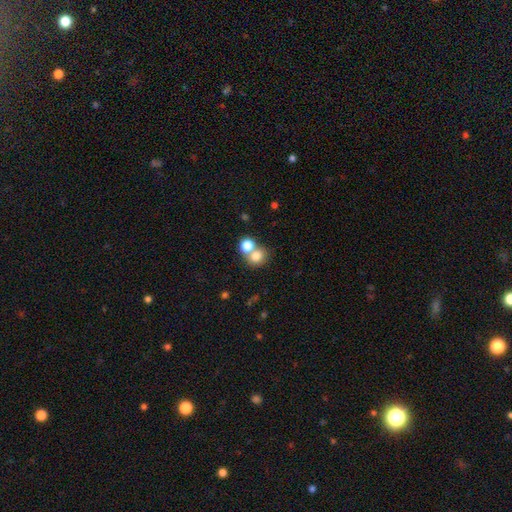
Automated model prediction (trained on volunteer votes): smooth-or-featured: smooth: 78% | star or artifact: 12% | featured or disk: 10%
  how-rounded: round: 77% | in between: 22% | cigar-shaped: 1%
  merging: none: 46% | merger: 44% | minor disturbance: 7% | major disturbance: 3%